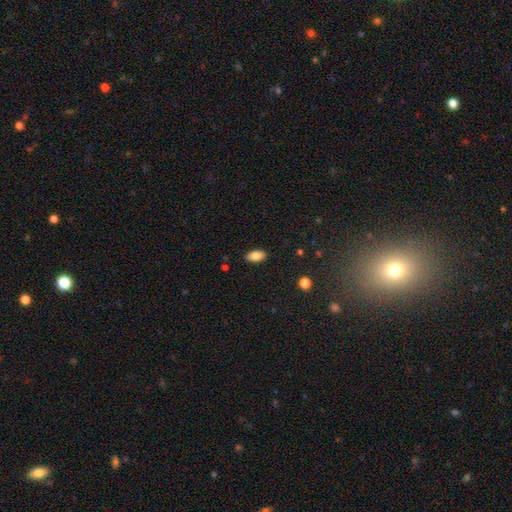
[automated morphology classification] This is clearly a smooth galaxy (83%). How rounded: clearly in between (92%). Merging: clearly none (88%).